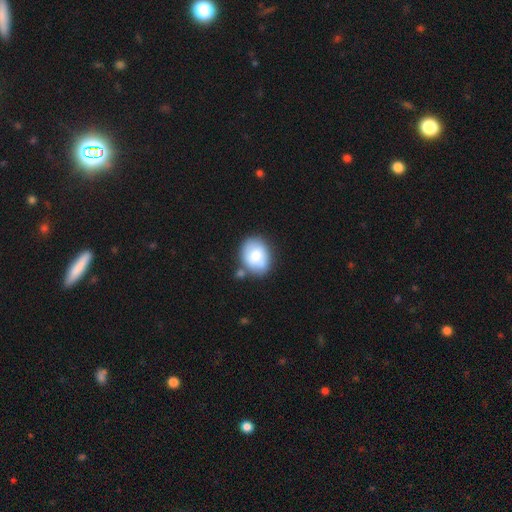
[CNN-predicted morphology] Smooth or featured? Predicted: smooth (p=0.75). How rounded? Predicted: in between (p=0.51). Merging? Predicted: none (p=0.66).